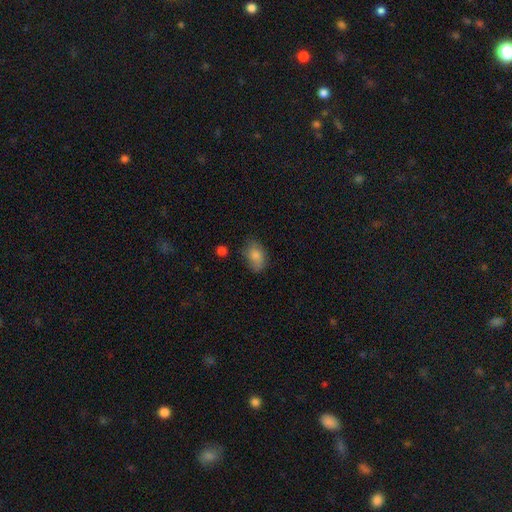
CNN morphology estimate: This appears to be a smooth galaxy with no disk features (82%) that is in between round and cigar-shaped (84%). Merging: none (65%).